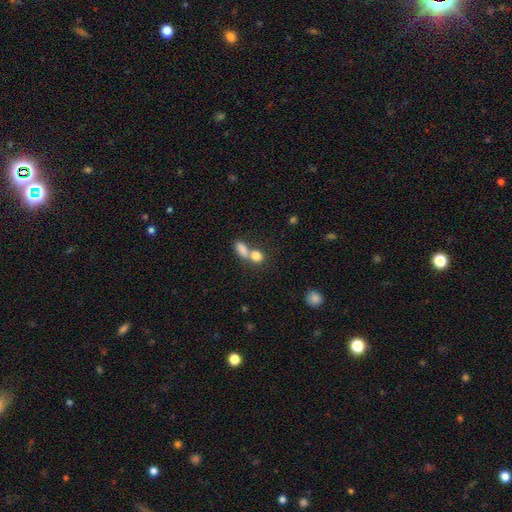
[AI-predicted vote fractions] This is clearly a smooth galaxy (81%). How rounded: possibly in between (49%). Merging: possibly merger (54%).